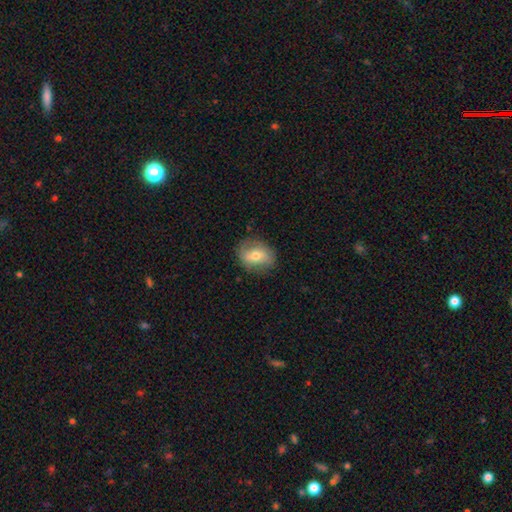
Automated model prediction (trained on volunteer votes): smooth 54%, featured or disk 38%, star or artifact 8%. Down the decision tree: how rounded — in between (50%); merging — none (76%).